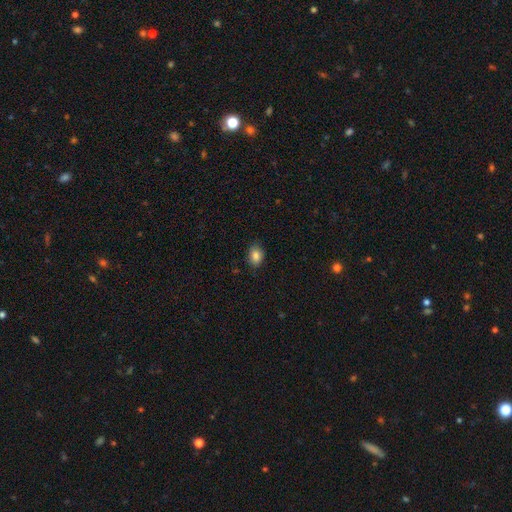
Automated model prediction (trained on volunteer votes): A smooth galaxy with no disk features (85%) that is in between round and cigar-shaped (71%). Merging: none (83%).